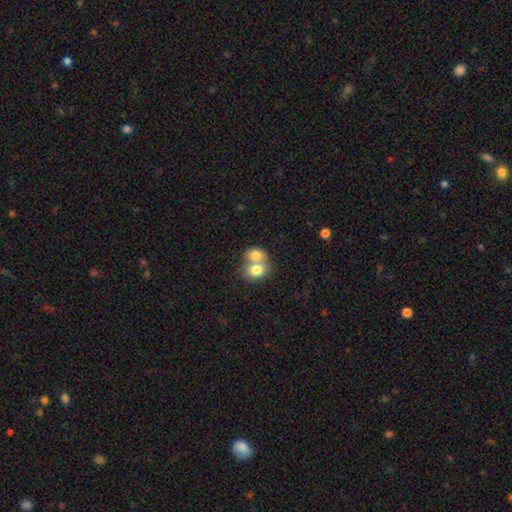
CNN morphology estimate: Overall: smooth (76%). How rounded: round (55%; in between 44%). Merging: merger (73%).